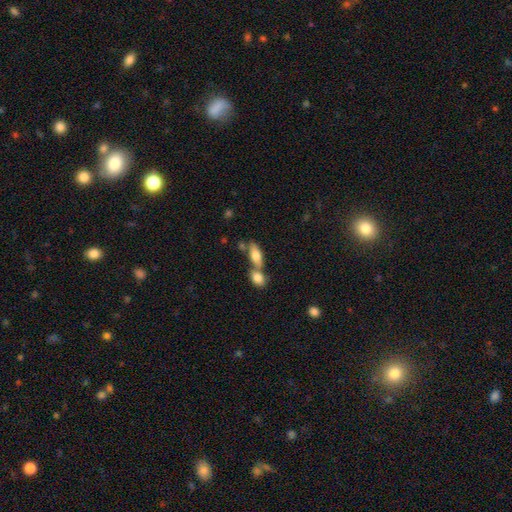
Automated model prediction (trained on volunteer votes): The model was most divided on "merging": merger: 53%, none: 35%, minor disturbance: 8%, major disturbance: 3%. More confident: how rounded — in between (78%); smooth or featured — smooth (73%).